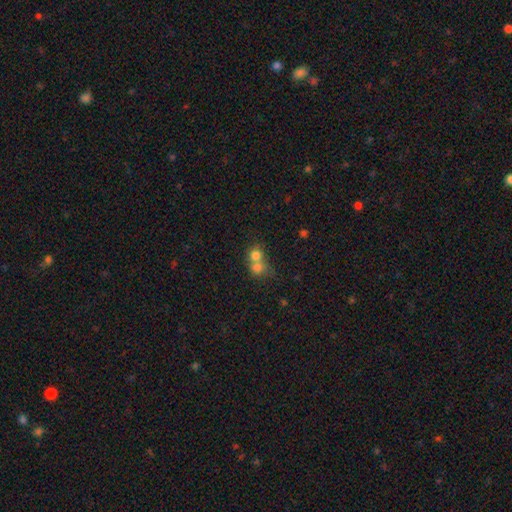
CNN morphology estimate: Overall: smooth (75%). How rounded: round (77%). Merging: merger (66%; none 27%).